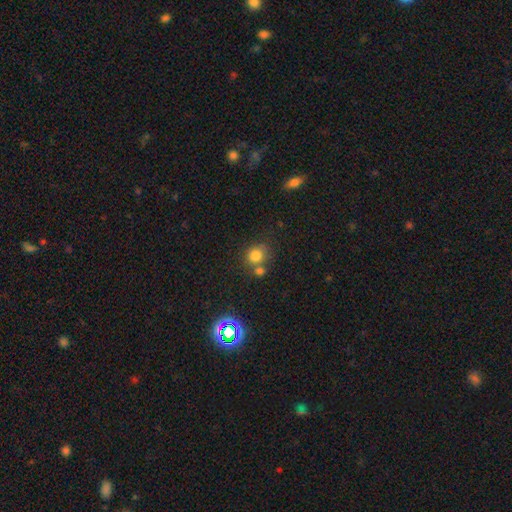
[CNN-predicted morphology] smooth-or-featured: smooth: 79% | star or artifact: 14% | featured or disk: 7%
  how-rounded: round: 81% | in between: 18% | cigar-shaped: 1%
  merging: none: 56% | merger: 28% | minor disturbance: 11% | major disturbance: 4%